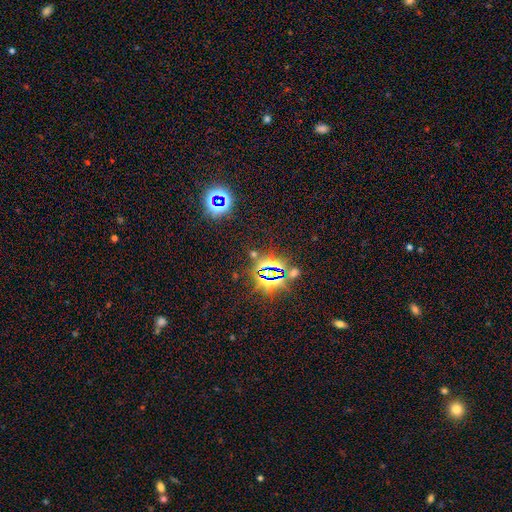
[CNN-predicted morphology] Smooth or featured?
  - star or artifact: 78% *
  - smooth: 14%
  - featured or disk: 9%